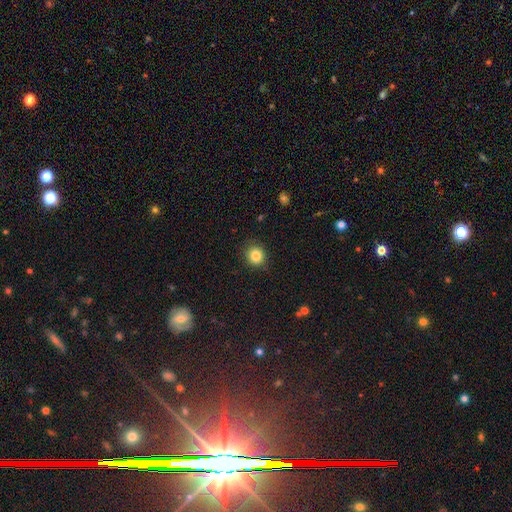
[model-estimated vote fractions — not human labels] Morphology: type=smooth (84%); roundness=round (84%); merging=none (88%).